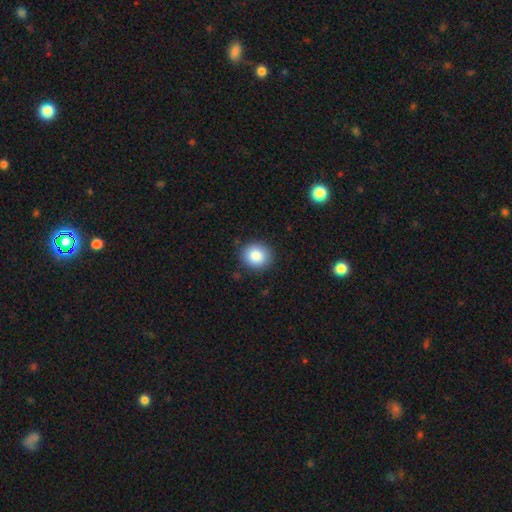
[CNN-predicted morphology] A smooth galaxy with no disk features (86%) that is round (80%). Merging: none (88%).